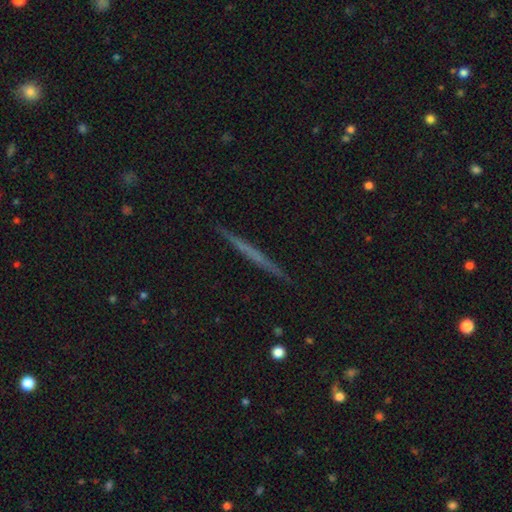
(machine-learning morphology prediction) The model was most divided on "smooth or featured": featured or disk: 55%, smooth: 38%, star or artifact: 7%. More confident: edge-on disk — yes (98%); merging — none (92%); edge-on bulge — none (88%).